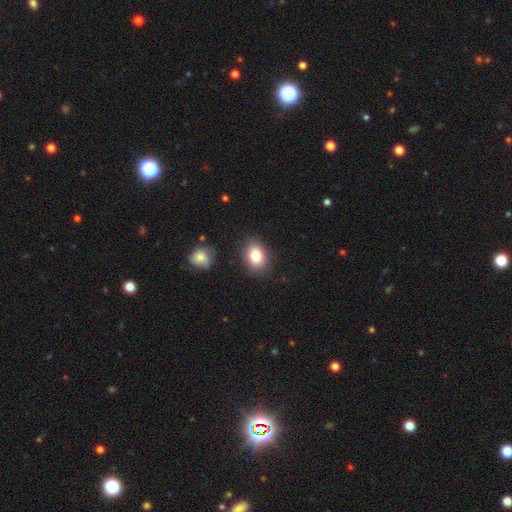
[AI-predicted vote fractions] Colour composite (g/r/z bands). It shows a smooth galaxy with no disk features (83%) that is in between round and cigar-shaped (71%). Merging: none (84%).